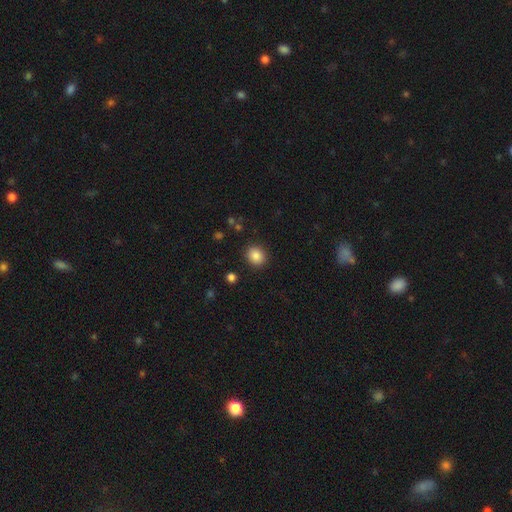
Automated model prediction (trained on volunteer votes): Smooth or featured?
  - smooth: 86% *
  - star or artifact: 10%
  - featured or disk: 4%
How rounded?
  - round: 75% *
  - in between: 24%
  - cigar-shaped: 1%
Merging?
  - none: 89% *
  - minor disturbance: 7%
  - major disturbance: 2%
  - merger: 2%